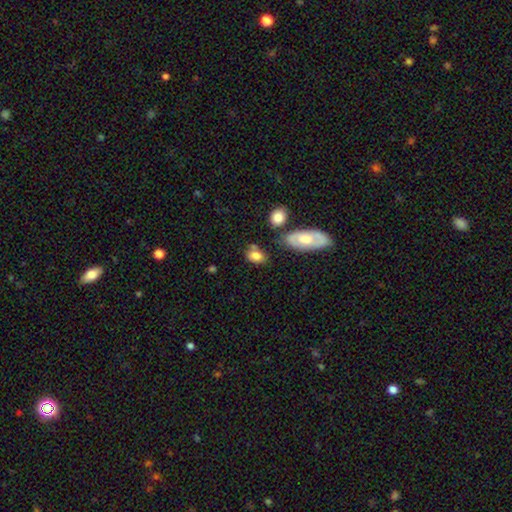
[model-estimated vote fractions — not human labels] The model was most divided on "merging": none: 57%, minor disturbance: 21%, merger: 15%, major disturbance: 7%. More confident: smooth or featured — smooth (80%); how rounded — in between (80%).